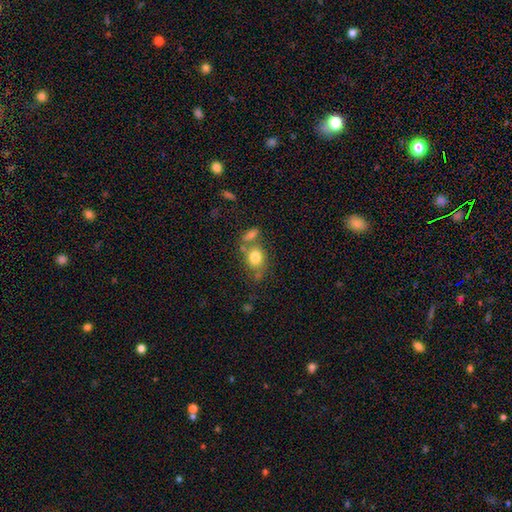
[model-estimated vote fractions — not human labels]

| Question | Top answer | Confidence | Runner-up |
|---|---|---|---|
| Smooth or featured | smooth | 79% | featured or disk (11%) |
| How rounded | in between | 49% | tied: round (49%) |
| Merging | none | 51% | merger (28%) |